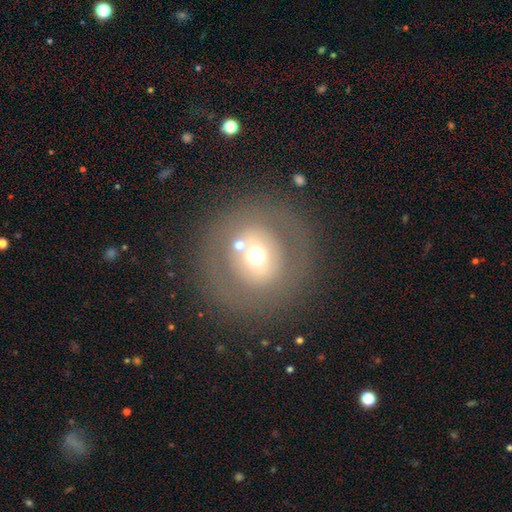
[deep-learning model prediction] smooth 49%, featured or disk 36%, star or artifact 15%. Down the decision tree: merging — none (76%).